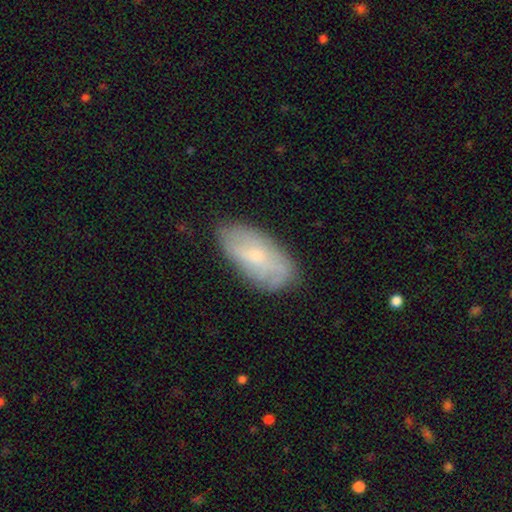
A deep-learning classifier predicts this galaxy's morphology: A smooth galaxy with no disk features (50%). Merging: none (74%).